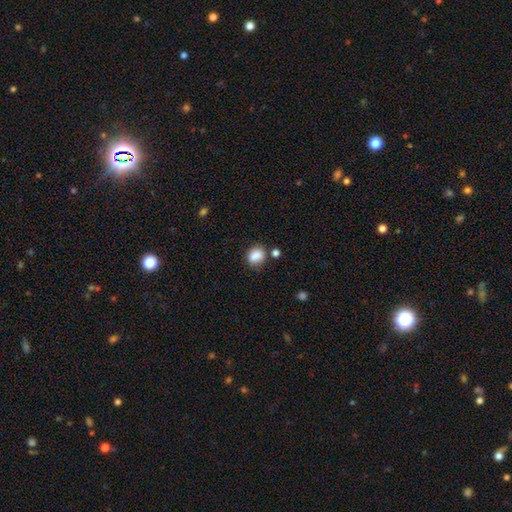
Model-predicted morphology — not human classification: The model was most divided on "how rounded": round: 53%, in between: 46%, cigar-shaped: 1%. More confident: smooth or featured — smooth (85%); merging — none (71%).